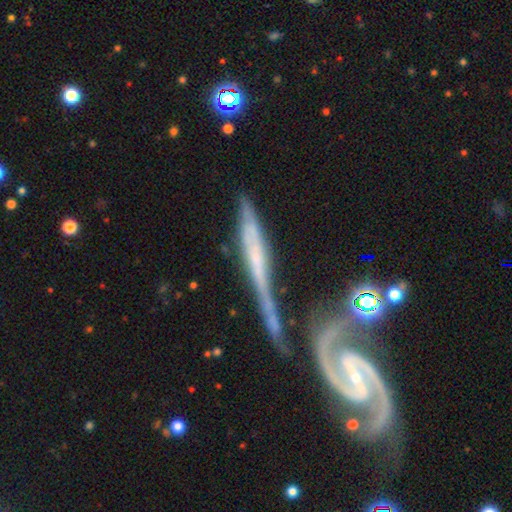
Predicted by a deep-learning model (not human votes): smooth_or_featured: featured or disk (p=0.73) [alt: smooth p=0.20]
disk_edge_on: yes (p=0.64) [alt: no p=0.36]
merging: none (p=0.39) [alt: merger p=0.27]